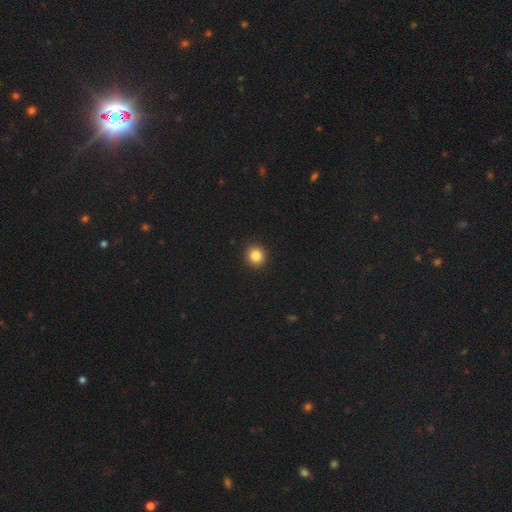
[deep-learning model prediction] Q: Smooth or featured?
A: smooth (85%); runner-up: star or artifact (11%)
Q: How rounded?
A: round (87%); runner-up: in between (12%)
Q: Merging?
A: none (93%); runner-up: minor disturbance (5%)